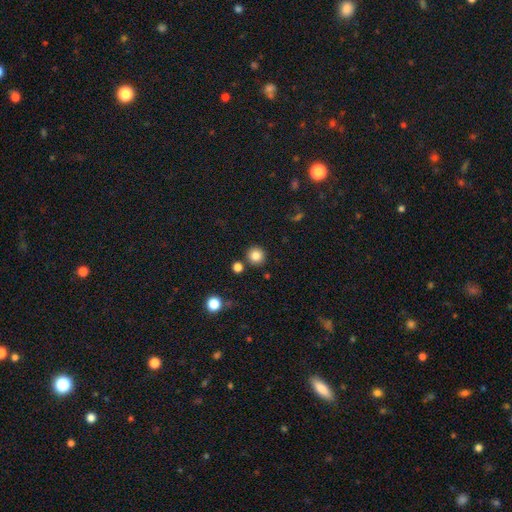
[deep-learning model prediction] smooth 83%, star or artifact 11%, featured or disk 5%. Down the decision tree: how rounded — round (94%); merging — none (86%).